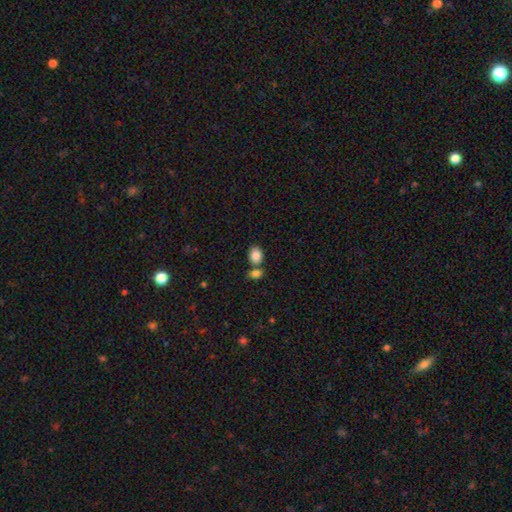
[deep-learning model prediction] smooth 86%, star or artifact 8%, featured or disk 6%. Down the decision tree: how rounded — in between (65%); merging — none (55%).